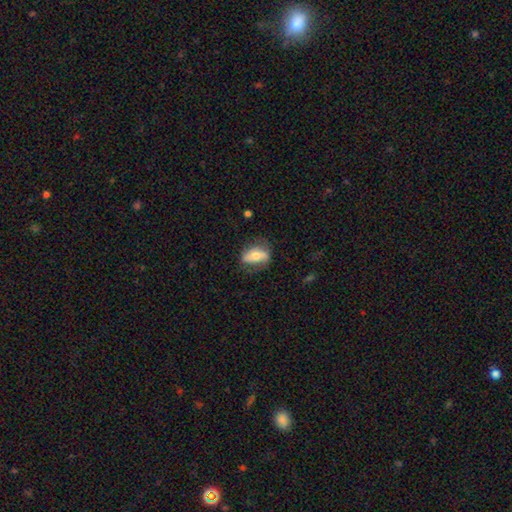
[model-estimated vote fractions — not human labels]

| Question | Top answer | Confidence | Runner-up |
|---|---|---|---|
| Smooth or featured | smooth | 50% | featured or disk (43%) |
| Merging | none | 62% | minor disturbance (25%) |